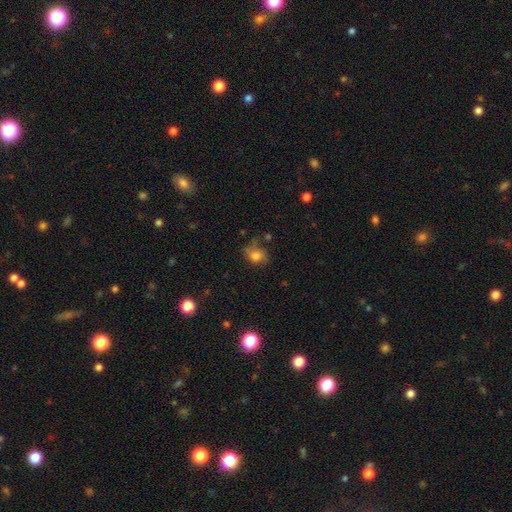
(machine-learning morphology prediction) A smooth galaxy with no disk features (74%) that is in between round and cigar-shaped (53%).

Vote fractions:
- Smooth or featured? smooth: 74% / featured or disk: 14% / star or artifact: 12%
- How rounded? in between: 53% / round: 46% / cigar-shaped: 1%
- Merging? none: 46% / minor disturbance: 30% / major disturbance: 18% / merger: 6%